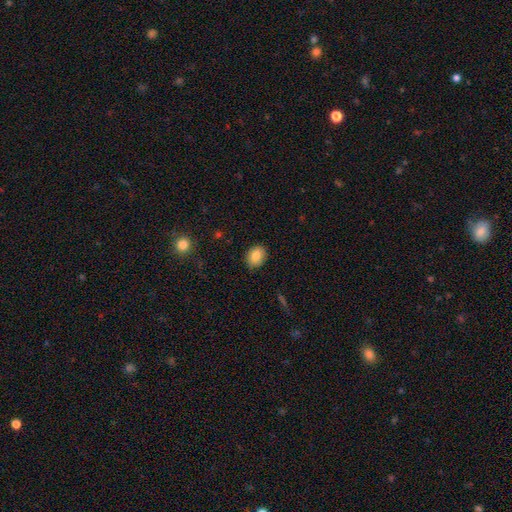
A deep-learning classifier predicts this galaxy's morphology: The model was most divided on "how rounded": in between: 63%, round: 36%, cigar-shaped: 1%. More confident: merging — none (87%); smooth or featured — smooth (85%).